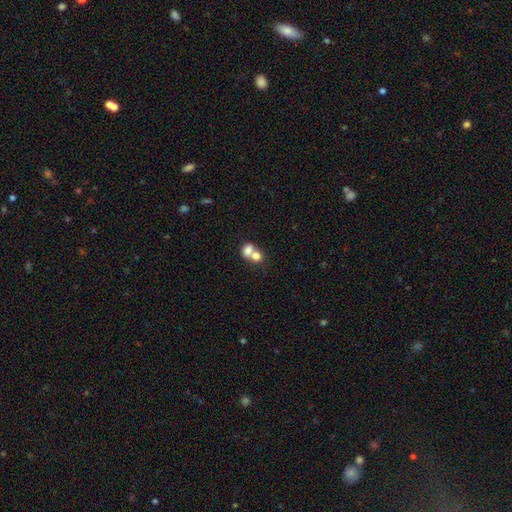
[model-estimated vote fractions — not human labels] A smooth galaxy with no disk features (75%) that is round (55%). Merging: merger (67%).